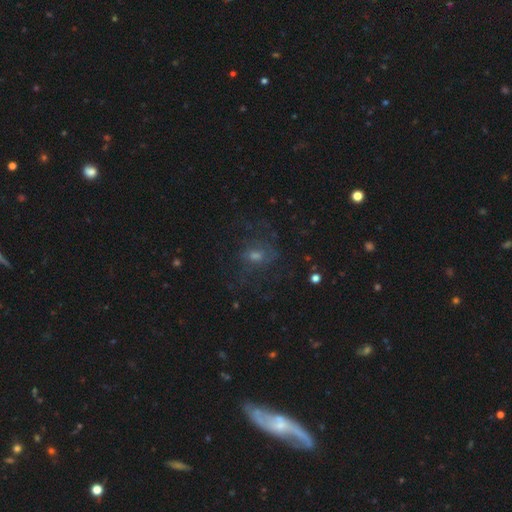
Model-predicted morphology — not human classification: This appears to be a featured or disk galaxy (45%). Merging: none (59%).